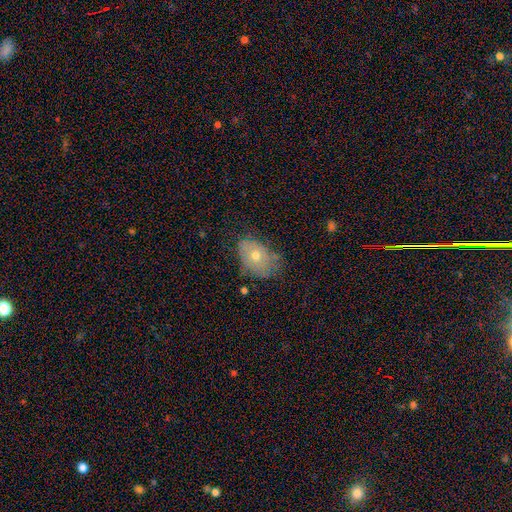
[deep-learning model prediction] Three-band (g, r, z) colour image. It shows a smooth galaxy with no disk features (59%) that is in between round and cigar-shaped (80%). Merging: none (59%).